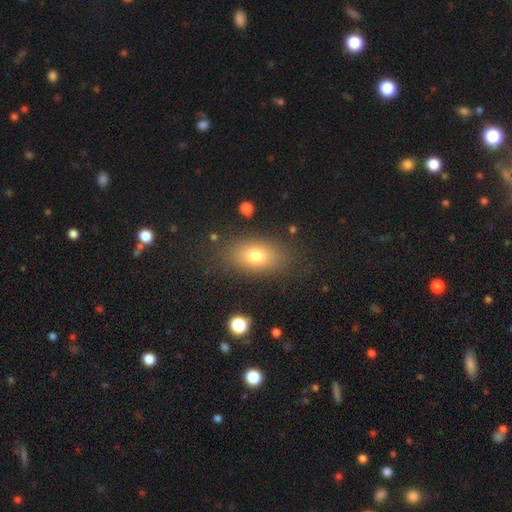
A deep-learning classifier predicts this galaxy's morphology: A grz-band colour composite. It shows a smooth galaxy with no disk features (75%) that is in between round and cigar-shaped (85%). Merging: none (84%).